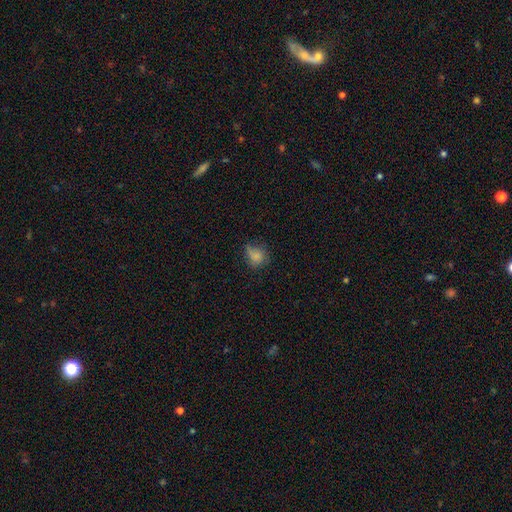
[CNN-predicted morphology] Overall: smooth (75%). How rounded: round (61%; in between 37%). Merging: none (47%; minor disturbance 33%).